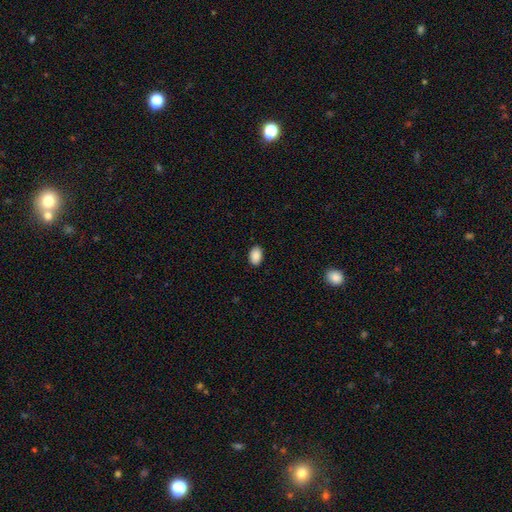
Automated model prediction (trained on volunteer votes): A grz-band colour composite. It shows a smooth galaxy with no disk features (89%) that is in between round and cigar-shaped (86%). Merging: none (88%).